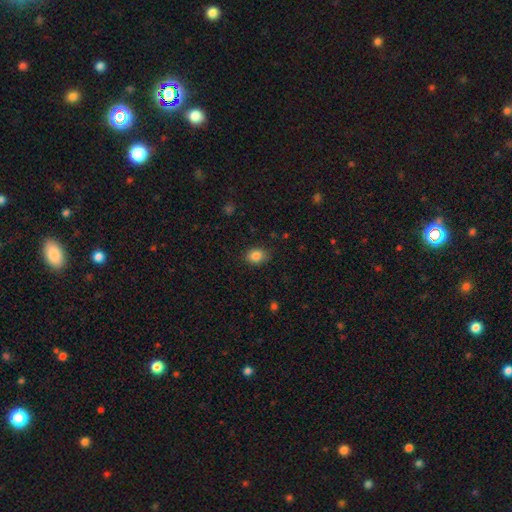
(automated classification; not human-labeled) Smooth or featured?
  - smooth: 85% *
  - star or artifact: 10%
  - featured or disk: 5%
How rounded?
  - round: 52% *
  - in between: 48%
  - cigar-shaped: 1%
Merging?
  - none: 85% *
  - minor disturbance: 12%
  - major disturbance: 3%
  - merger: 1%